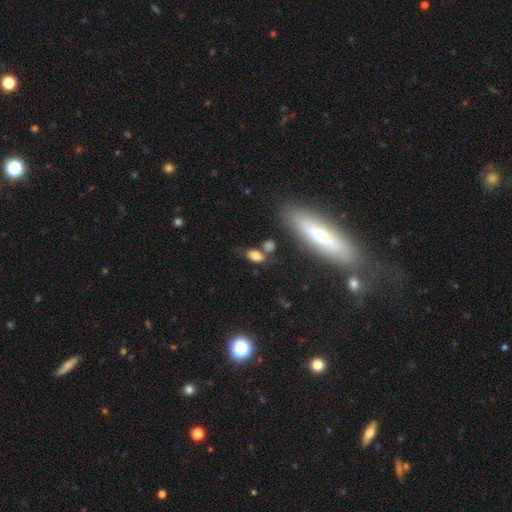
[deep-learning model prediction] smooth_or_featured: smooth (p=0.78) [alt: star or artifact p=0.12]
how_rounded: in between (p=0.85) [alt: round p=0.11]
merging: none (p=0.57) [alt: minor disturbance p=0.18]